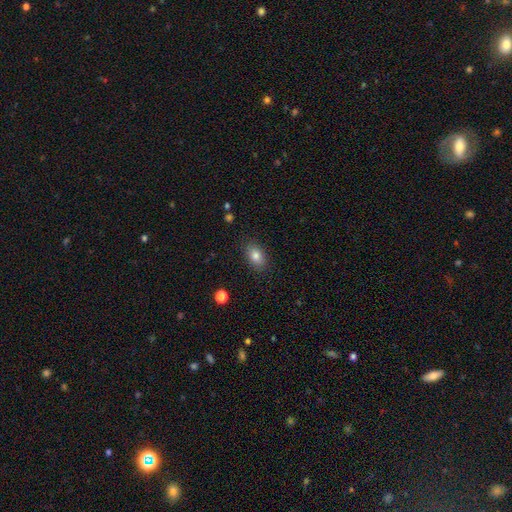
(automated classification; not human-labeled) Overall: smooth (82%). How rounded: in between (86%). Merging: none (86%).